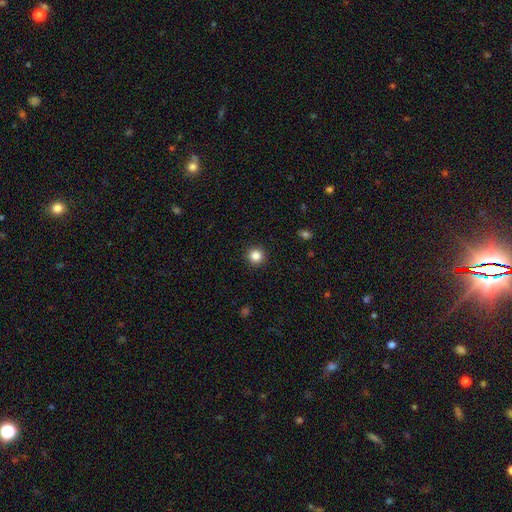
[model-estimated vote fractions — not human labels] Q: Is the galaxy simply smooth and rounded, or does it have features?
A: smooth — 85%.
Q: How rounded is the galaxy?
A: round — 95%.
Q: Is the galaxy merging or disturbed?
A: none — 93%.